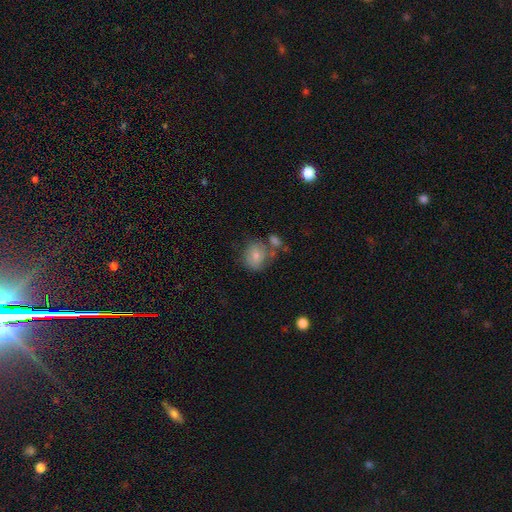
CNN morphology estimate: smooth_or_featured: smooth (p=0.74) [alt: featured or disk p=0.17]
how_rounded: round (p=0.65) [alt: in between p=0.34]
merging: none (p=0.53) [alt: merger p=0.21]